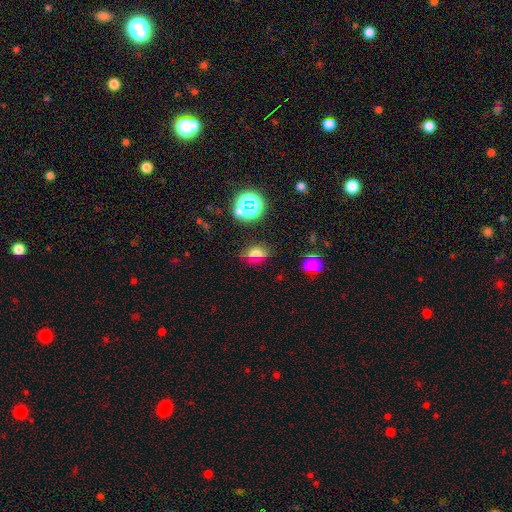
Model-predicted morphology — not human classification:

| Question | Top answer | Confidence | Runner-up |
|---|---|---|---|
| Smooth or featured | smooth | 61% | star or artifact (27%) |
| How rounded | in between | 69% | round (28%) |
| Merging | none | 74% | minor disturbance (16%) |